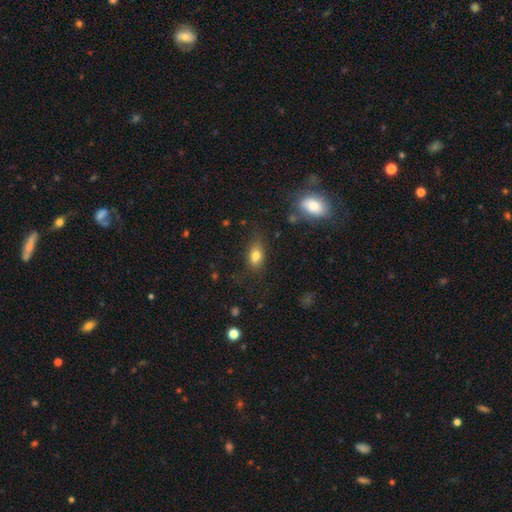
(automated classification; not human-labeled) A smooth galaxy with no disk features (78%) that is in between round and cigar-shaped (83%).

Vote fractions:
- Smooth or featured? smooth: 78% / star or artifact: 11% / featured or disk: 11%
- How rounded? in between: 83% / round: 13% / cigar-shaped: 5%
- Merging? none: 70% / minor disturbance: 20% / major disturbance: 7% / merger: 3%